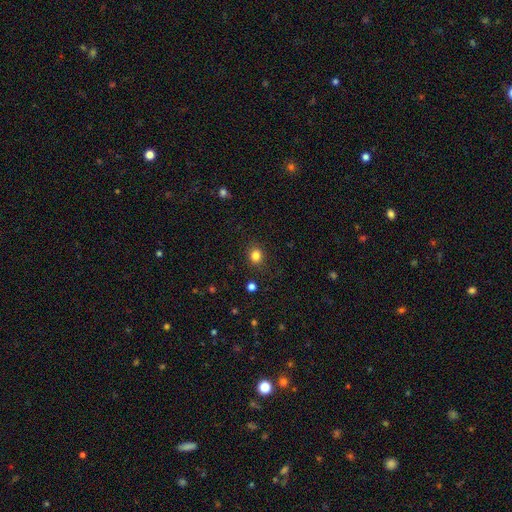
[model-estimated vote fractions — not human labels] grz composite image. It shows a smooth galaxy with no disk features (83%) that is round (70%). Merging: none (86%).